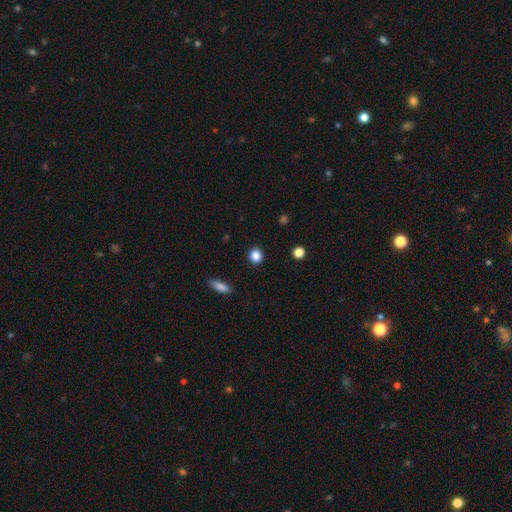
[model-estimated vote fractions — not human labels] This is clearly a smooth galaxy (86%). How rounded: clearly round (85%). Merging: clearly none (91%).